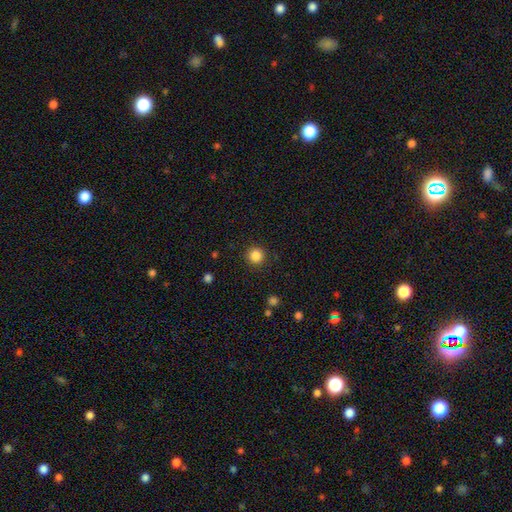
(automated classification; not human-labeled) This is clearly a smooth galaxy (86%). How rounded: clearly round (95%). Merging: clearly none (91%).